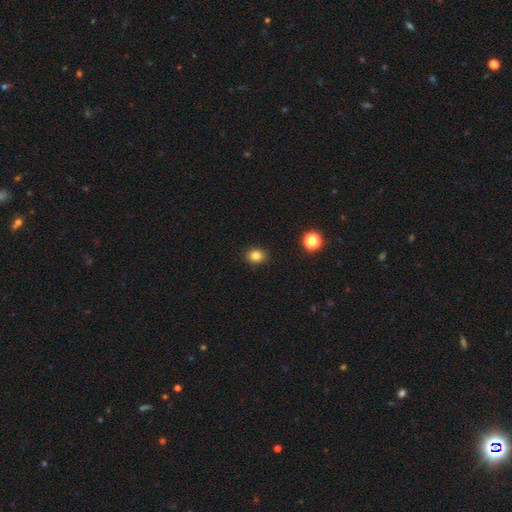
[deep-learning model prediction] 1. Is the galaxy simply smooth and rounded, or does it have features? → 83% smooth, 12% star or artifact, 5% featured or disk.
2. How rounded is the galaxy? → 68% round, 32% in between, 1% cigar-shaped.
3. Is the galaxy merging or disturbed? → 90% none, 7% minor disturbance, 2% major disturbance, 1% merger.